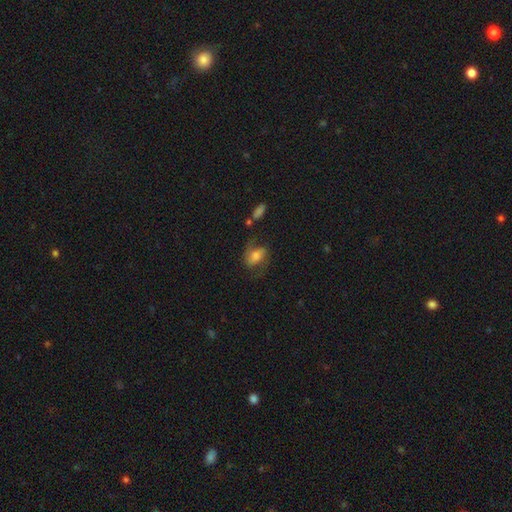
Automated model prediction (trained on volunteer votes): A featured or disk galaxy (50%). Merging: none (56%).